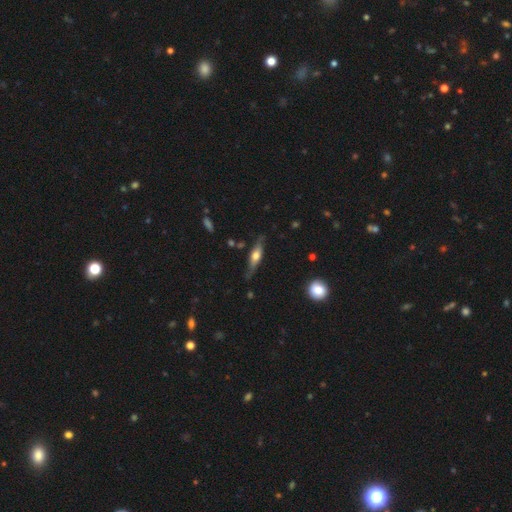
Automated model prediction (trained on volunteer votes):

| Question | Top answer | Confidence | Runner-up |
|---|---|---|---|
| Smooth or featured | featured or disk | 56% | smooth (38%) |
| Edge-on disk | yes | 89% | no (11%) |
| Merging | none | 74% | minor disturbance (20%) |